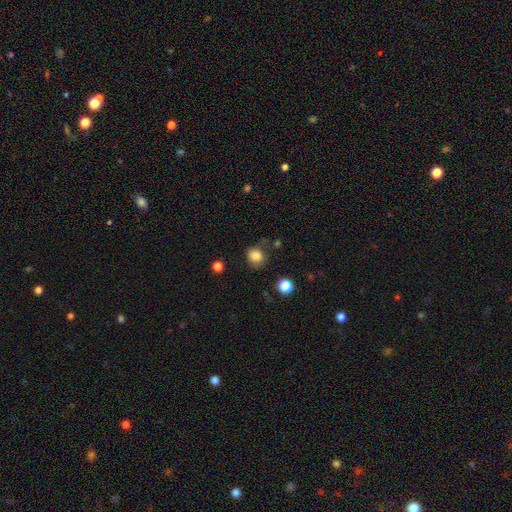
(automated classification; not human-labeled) The model was most divided on "merging": none: 71%, minor disturbance: 19%, major disturbance: 7%, merger: 3%. More confident: smooth or featured — smooth (84%); how rounded — round (78%).